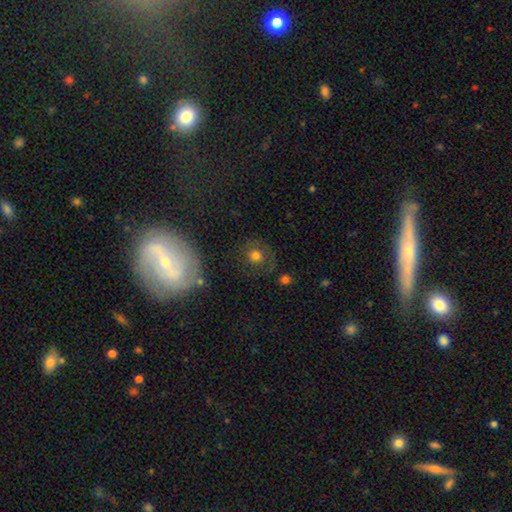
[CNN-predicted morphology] Overall: smooth (62%; featured or disk 24%). How rounded: round (85%). Merging: none (71%).